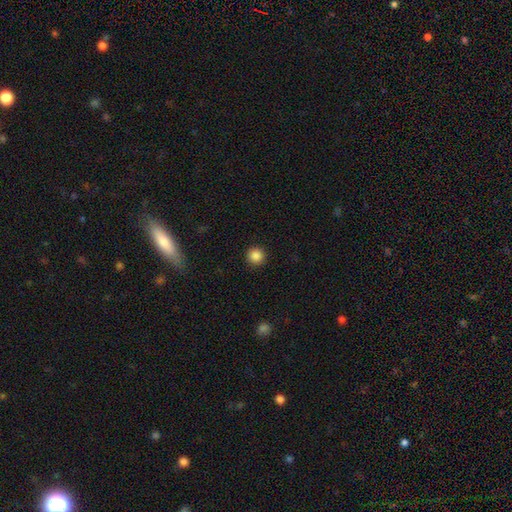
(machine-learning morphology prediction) smooth 87%, star or artifact 10%, featured or disk 3%. Down the decision tree: how rounded — round (95%); merging — none (93%).